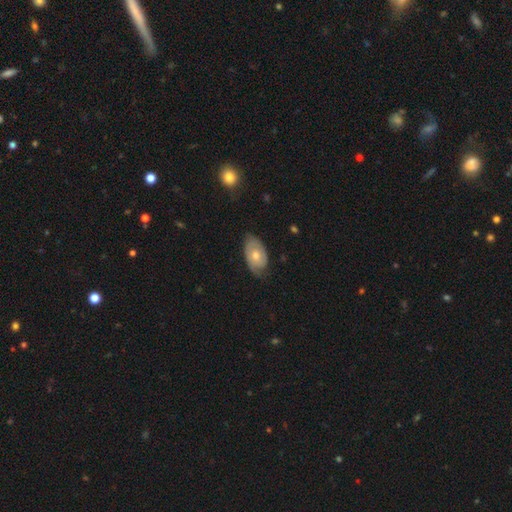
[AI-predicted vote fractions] Q: Smooth or featured?
A: featured or disk (49%); runner-up: smooth (46%)
Q: Merging?
A: none (62%); runner-up: minor disturbance (29%)